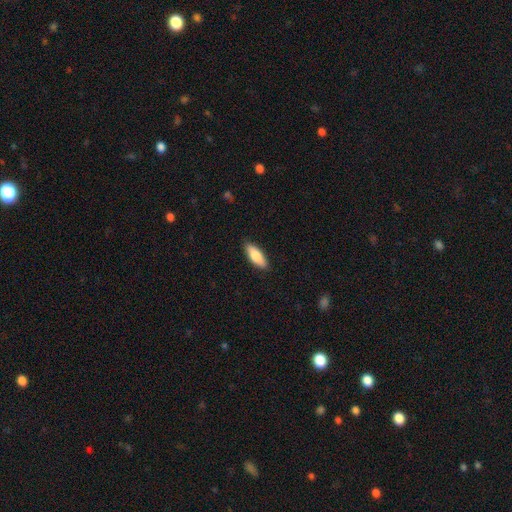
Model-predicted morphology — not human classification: This is likely a smooth galaxy (76%). How rounded: likely in between (68%). Merging: clearly none (89%).